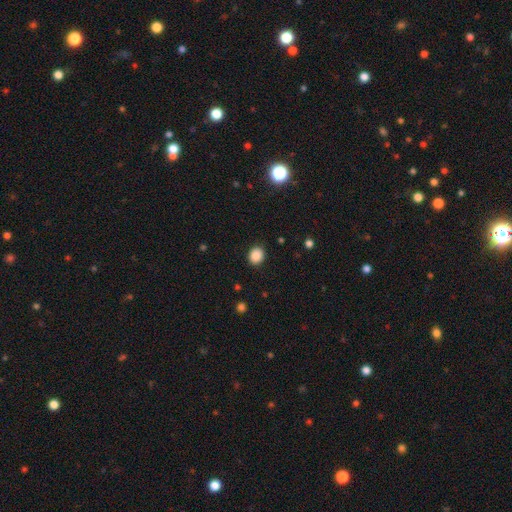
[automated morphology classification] type=smooth (87%); roundness=round (65%); merging=none (90%).